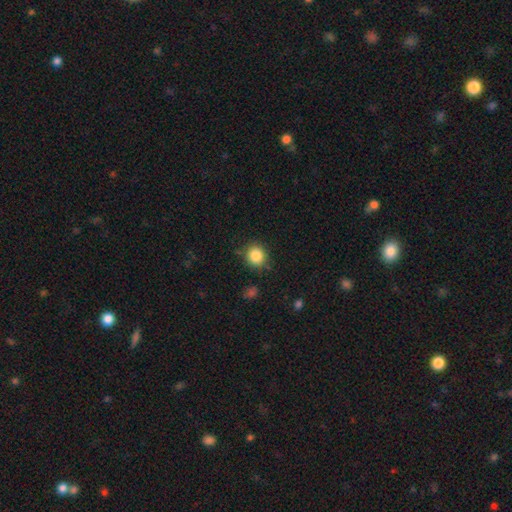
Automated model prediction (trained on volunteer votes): The model was most divided on "merging": none: 84%, minor disturbance: 11%, major disturbance: 3%, merger: 2%. More confident: how rounded — round (87%); smooth or featured — smooth (85%).